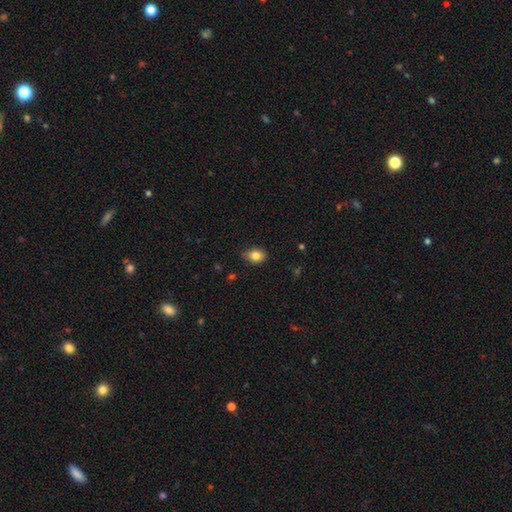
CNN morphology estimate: smooth_or_featured: smooth (p=0.83) [alt: star or artifact p=0.10]
how_rounded: in between (p=0.57) [alt: round p=0.41]
merging: none (p=0.80) [alt: minor disturbance p=0.16]